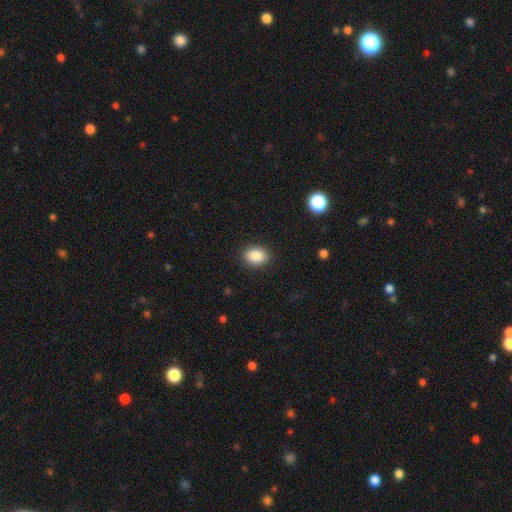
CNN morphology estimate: This is clearly a smooth galaxy (88%). How rounded: likely in between (69%). Merging: clearly none (89%).